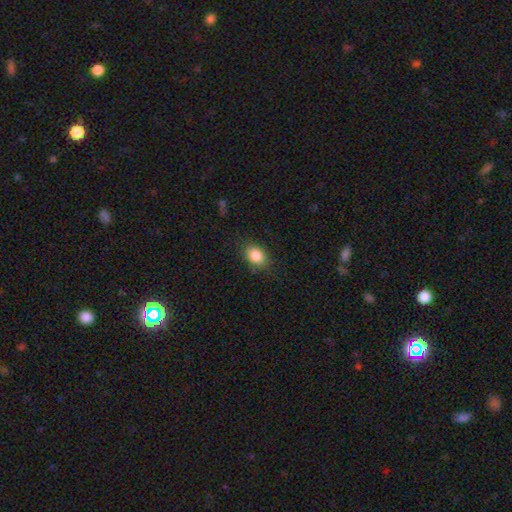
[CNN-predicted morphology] type=smooth (86%); roundness=in between (72%); merging=none (81%).